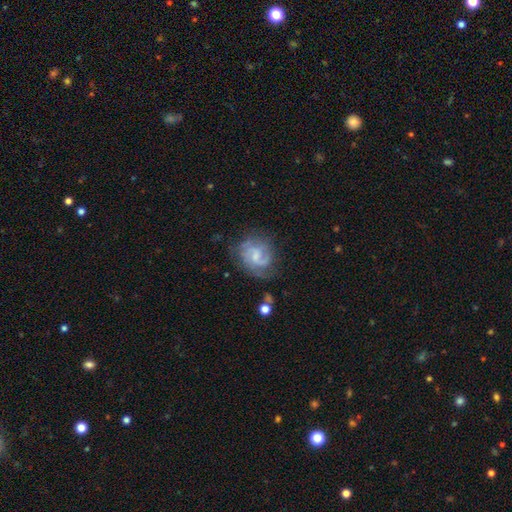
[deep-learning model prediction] The model was most divided on "bar": weak: 52%, no: 40%, strong: 9%. Remaining: edge-on disk — no (98%); spiral arms — yes (91%); smooth or featured — featured or disk (75%); merging — none (60%); spiral arm count — 2 (57%); spiral winding — medium (46%); bulge size — small (46%).